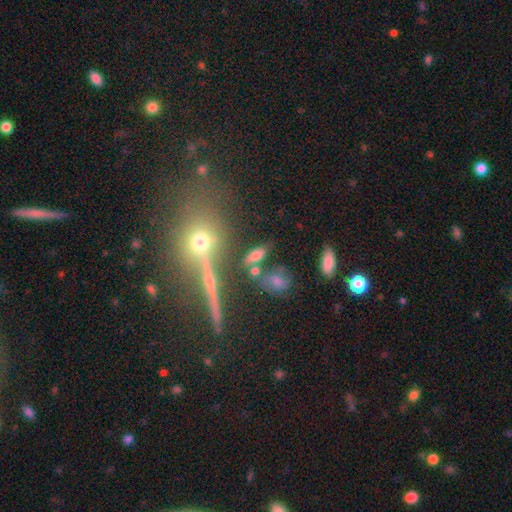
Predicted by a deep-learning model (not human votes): smooth_or_featured: smooth (p=0.66) [alt: featured or disk p=0.20]
how_rounded: in between (p=0.74) [alt: cigar-shaped p=0.17]
merging: none (p=0.65) [alt: minor disturbance p=0.16]